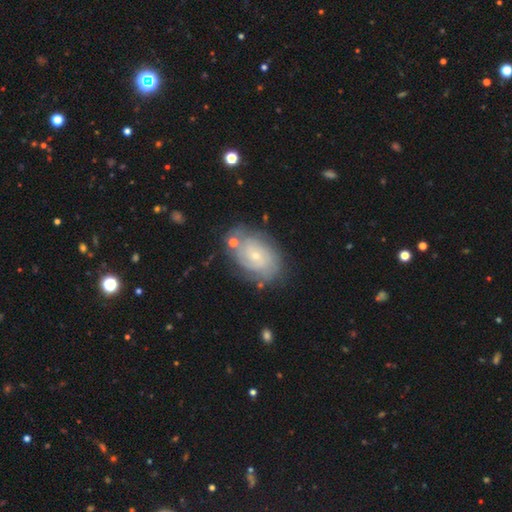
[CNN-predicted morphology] A featured or disk galaxy (67%) with no bar (76%), tight (68%) spiral arms (84%) and a small central bulge (77%).

Vote fractions:
- Smooth or featured? featured or disk: 67% / smooth: 25% / star or artifact: 7%
- Edge-on disk? no: 96% / yes: 4%
- Bar? no: 76% / weak: 21% / strong: 3%
- Spiral arms? yes: 84% / no: 16%
- Spiral winding? tight: 68% / medium: 24% / loose: 8%
- Spiral arm count? can't tell: 49% / 2: 25% / 3: 11% / 4: 7% / 1: 4% / more than 4: 4%
- Bulge size? small: 77% / moderate: 19% / none: 2% / large: 1% / dominant: 1%
- Merging? none: 71% / minor disturbance: 18% / major disturbance: 6% / merger: 5%